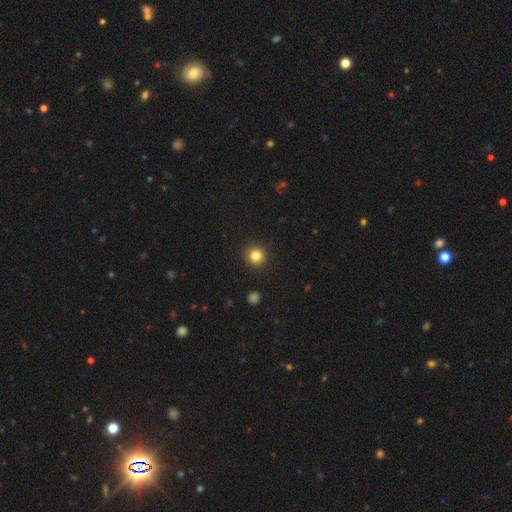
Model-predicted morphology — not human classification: Q: Smooth or featured?
A: smooth (82%); runner-up: star or artifact (12%)
Q: How rounded?
A: round (94%); runner-up: in between (5%)
Q: Merging?
A: none (92%); runner-up: minor disturbance (5%)